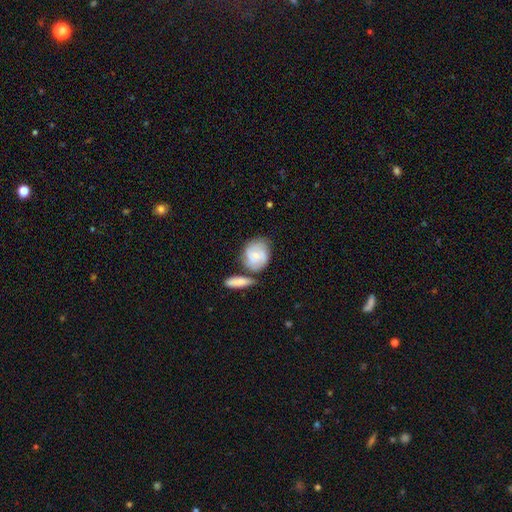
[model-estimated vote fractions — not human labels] Morphology: type=smooth (50%); merging=none (47%).